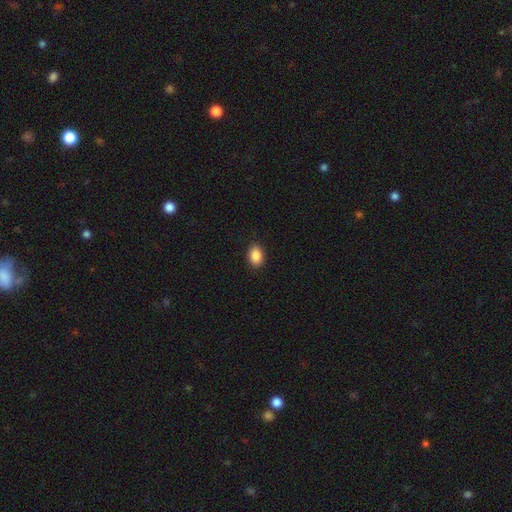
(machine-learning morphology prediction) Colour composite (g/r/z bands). It shows a smooth galaxy with no disk features (88%) that is in between round and cigar-shaped (83%). Merging: none (89%).